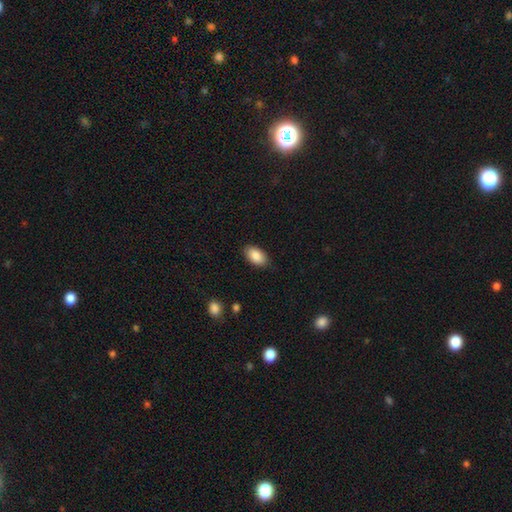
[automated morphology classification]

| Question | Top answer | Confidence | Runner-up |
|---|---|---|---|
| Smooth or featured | smooth | 87% | star or artifact (7%) |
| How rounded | in between | 93% | round (5%) |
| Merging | none | 86% | minor disturbance (11%) |